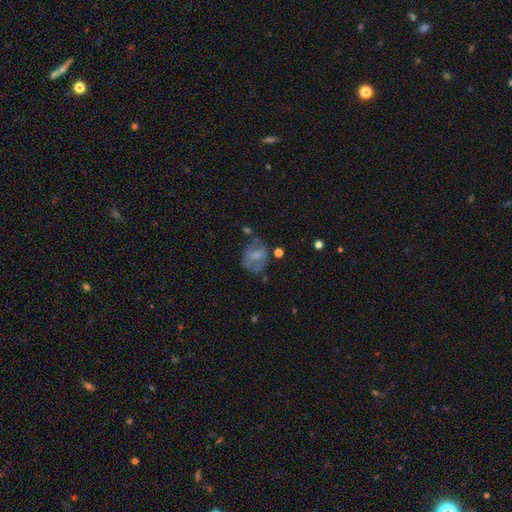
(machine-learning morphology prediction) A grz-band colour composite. It shows a smooth galaxy with no disk features (51%) that is in between round and cigar-shaped (54%). Merging: none (45%).